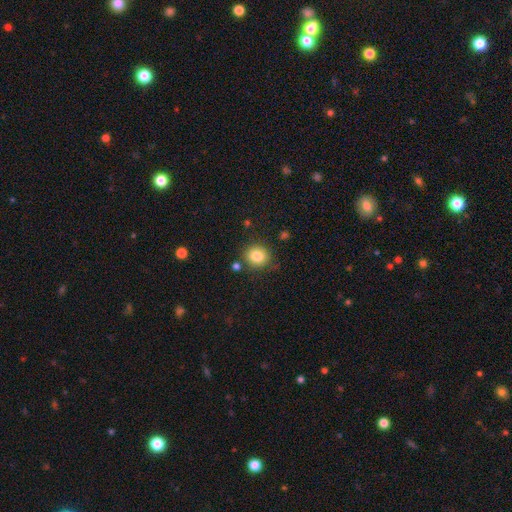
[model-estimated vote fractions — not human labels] Smooth or featured: smooth — 84% (star or artifact — 10%)
How rounded: round — 84% (in between — 15%)
Merging: none — 83% (minor disturbance — 10%)